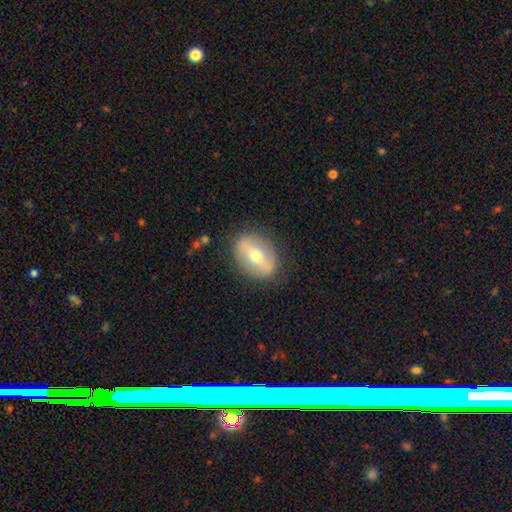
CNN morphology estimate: Smooth or featured? Predicted: featured or disk (p=0.55). Edge-on disk? Predicted: no (p=0.84). Merging? Predicted: none (p=0.83).